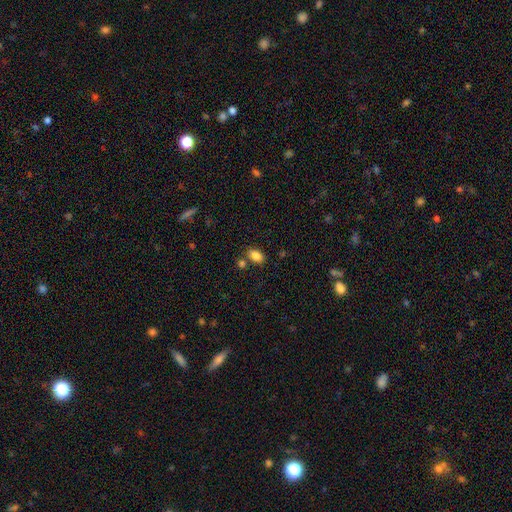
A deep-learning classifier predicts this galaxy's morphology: A smooth galaxy with no disk features (85%) that is in between round and cigar-shaped (88%).

Vote fractions:
- Smooth or featured? smooth: 85% / star or artifact: 9% / featured or disk: 6%
- How rounded? in between: 88% / round: 10% / cigar-shaped: 2%
- Merging? none: 73% / merger: 12% / minor disturbance: 12% / major disturbance: 3%